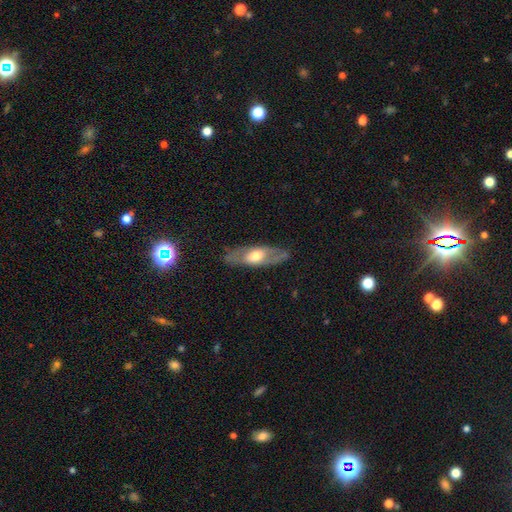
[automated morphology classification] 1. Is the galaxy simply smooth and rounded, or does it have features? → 57% featured or disk, 38% smooth, 6% star or artifact.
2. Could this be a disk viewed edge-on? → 63% no, 37% yes.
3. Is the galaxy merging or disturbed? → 78% none, 15% minor disturbance, 5% major disturbance, 1% merger.